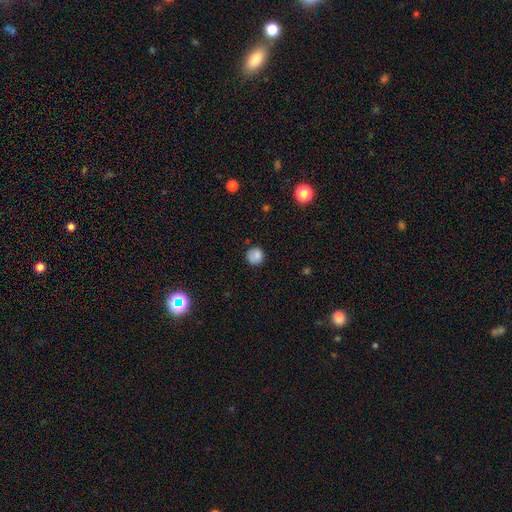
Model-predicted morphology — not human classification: Smooth or featured?
  - smooth: 83% *
  - star or artifact: 11%
  - featured or disk: 6%
How rounded?
  - round: 91% *
  - in between: 8%
  - cigar-shaped: 1%
Merging?
  - none: 78% *
  - minor disturbance: 16%
  - major disturbance: 4%
  - merger: 2%